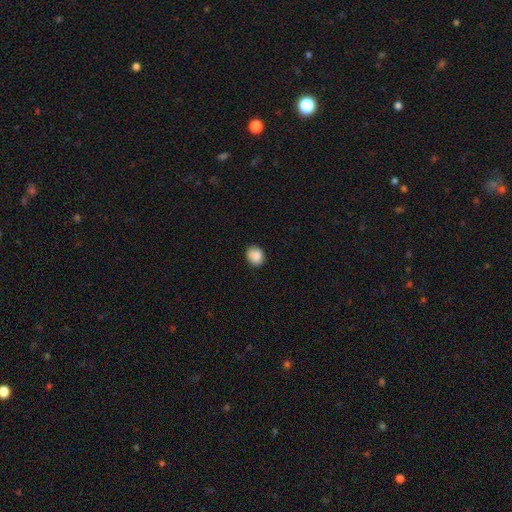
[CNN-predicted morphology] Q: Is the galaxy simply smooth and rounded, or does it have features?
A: smooth — 86%.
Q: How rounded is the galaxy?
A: round — 57%.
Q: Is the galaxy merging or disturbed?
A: none — 80%.